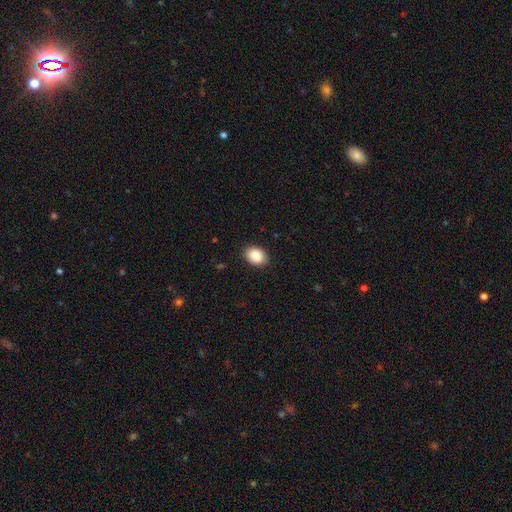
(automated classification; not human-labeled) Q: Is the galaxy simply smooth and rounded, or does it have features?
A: smooth — 89%.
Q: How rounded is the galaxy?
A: in between — 68%.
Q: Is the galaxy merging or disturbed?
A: none — 88%.